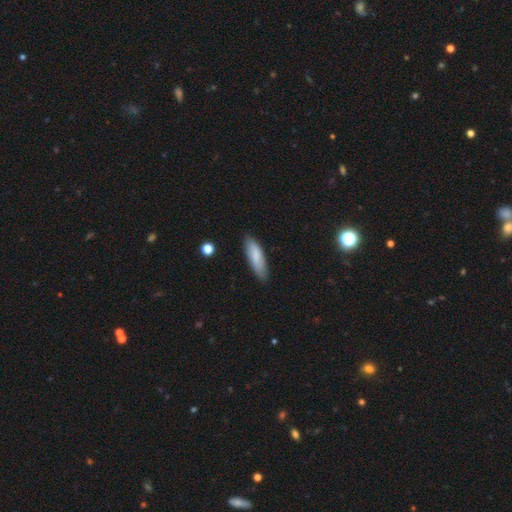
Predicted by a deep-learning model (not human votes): smooth_or_featured: smooth (p=0.81) [alt: featured or disk p=0.13]
how_rounded: cigar-shaped (p=0.52) [alt: in between p=0.46]
merging: none (p=0.84) [alt: minor disturbance p=0.13]